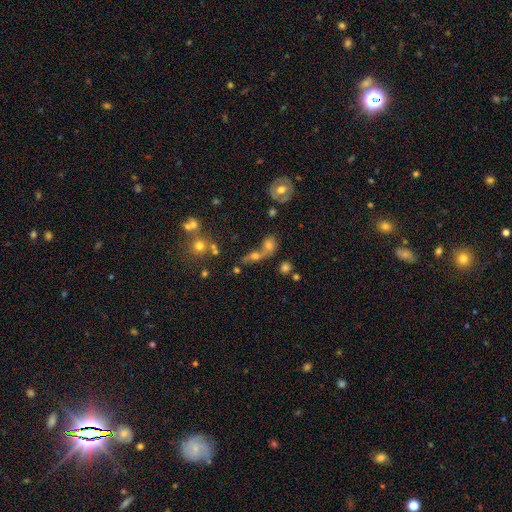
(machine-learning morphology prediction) smooth_or_featured: smooth (p=0.51) [alt: featured or disk p=0.27]
how_rounded: in between (p=0.48) [alt: round p=0.40]
merging: merger (p=0.54) [alt: none p=0.27]